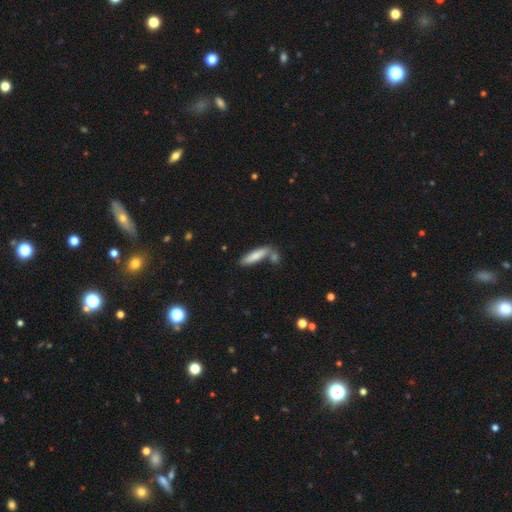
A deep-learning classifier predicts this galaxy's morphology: type=smooth (78%); roundness=cigar-shaped (72%); merging=none (61%).